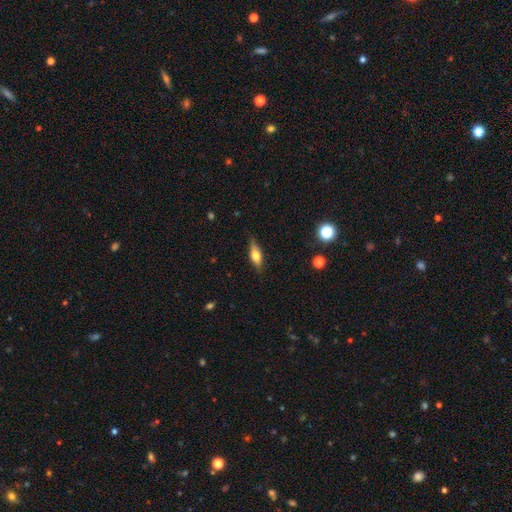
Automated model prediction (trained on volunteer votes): Smooth or featured? smooth (59%)
How rounded? in between (63%)
Merging? none (80%)